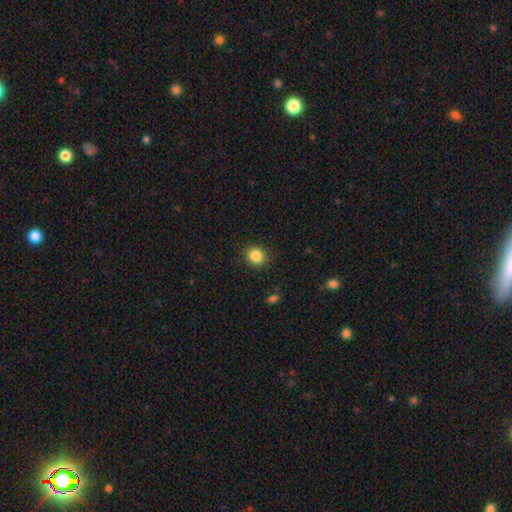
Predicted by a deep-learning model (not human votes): smooth-or-featured: smooth: 85% | star or artifact: 10% | featured or disk: 5%
  how-rounded: round: 85% | in between: 14% | cigar-shaped: 1%
  merging: none: 89% | minor disturbance: 7% | major disturbance: 2% | merger: 1%